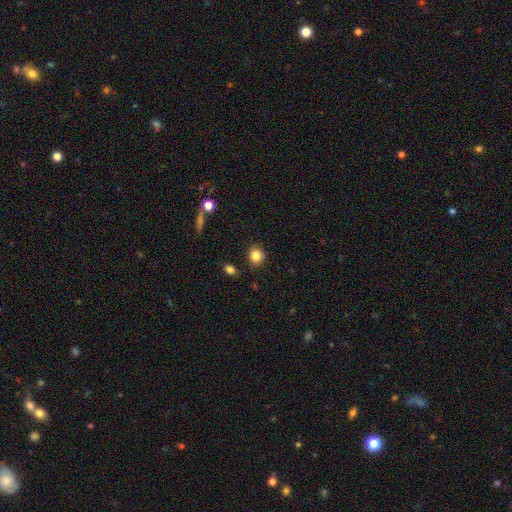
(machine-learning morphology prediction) Smooth or featured?
  - smooth: 84% *
  - star or artifact: 10%
  - featured or disk: 6%
How rounded?
  - round: 84% *
  - in between: 15%
  - cigar-shaped: 1%
Merging?
  - none: 86% *
  - minor disturbance: 9%
  - merger: 3%
  - major disturbance: 2%